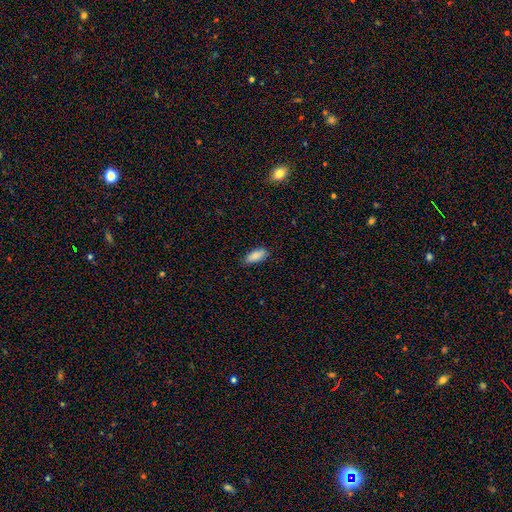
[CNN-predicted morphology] smooth 88%, star or artifact 7%, featured or disk 5%. Down the decision tree: how rounded — in between (79%); merging — none (82%).